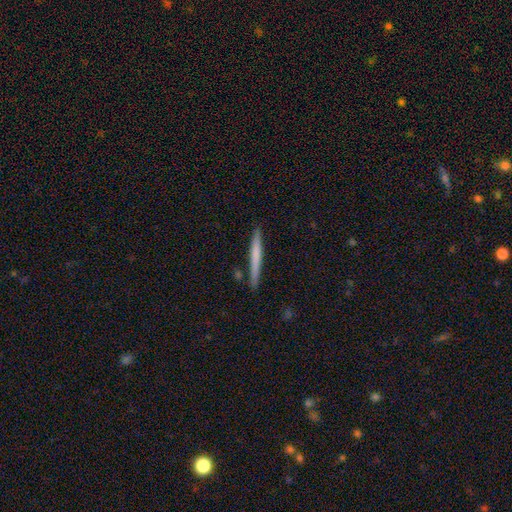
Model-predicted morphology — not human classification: A smooth galaxy with no disk features (63%) that is cigar-shaped (97%). Merging: none (87%).